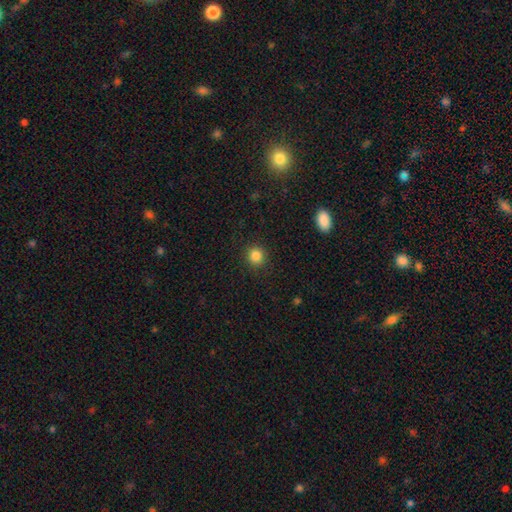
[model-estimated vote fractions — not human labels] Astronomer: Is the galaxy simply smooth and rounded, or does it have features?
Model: smooth — 85%.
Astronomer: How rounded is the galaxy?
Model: round — 88%.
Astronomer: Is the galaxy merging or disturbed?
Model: none — 90%.